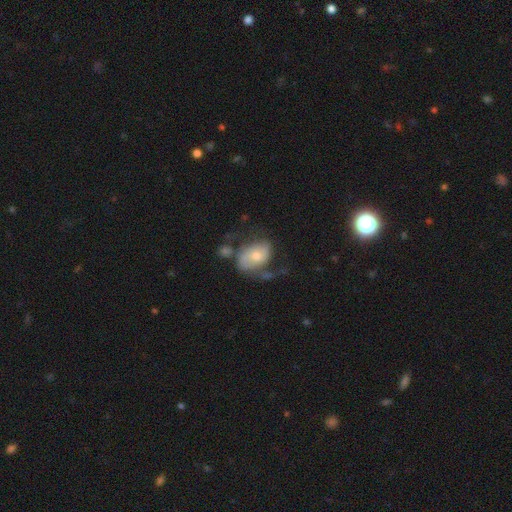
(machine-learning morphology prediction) featured or disk 54%, smooth 39%, star or artifact 7%. Down the decision tree: edge-on disk — no (96%); bar — no (67%); spiral arms — yes (71%); bulge size — moderate (57%); merging — none (37%).